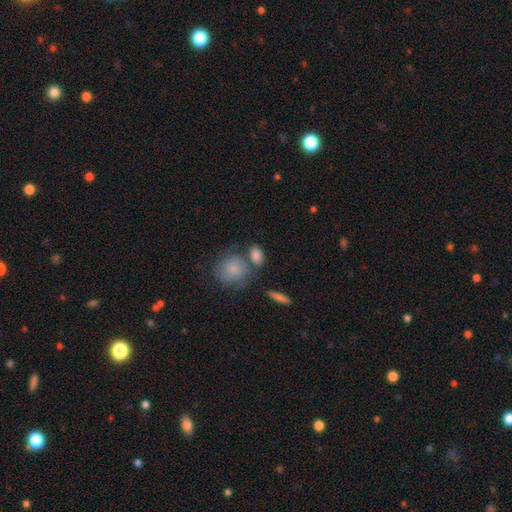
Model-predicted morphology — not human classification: This appears to be a smooth galaxy with no disk features (82%) that is in between round and cigar-shaped (70%). Merging: none (53%).